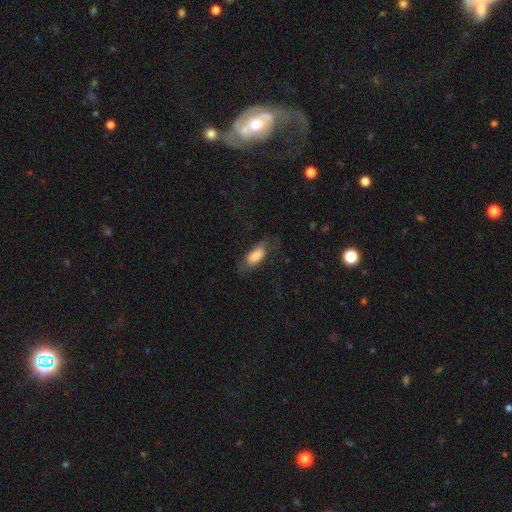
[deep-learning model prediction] Q: Smooth or featured?
A: smooth (72%); runner-up: featured or disk (20%)
Q: How rounded?
A: in between (82%); runner-up: cigar-shaped (15%)
Q: Merging?
A: none (56%); runner-up: minor disturbance (22%)